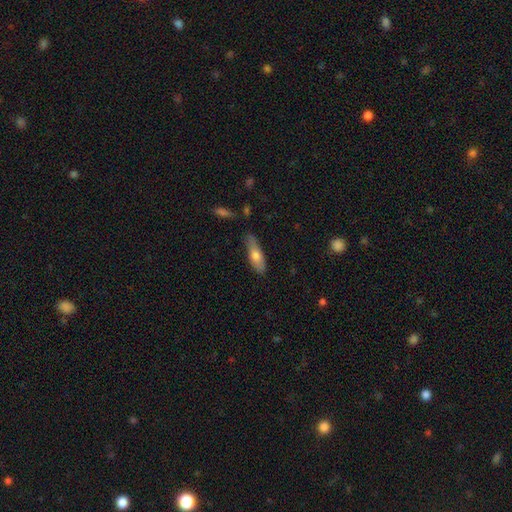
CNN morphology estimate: type=smooth (66%); roundness=cigar-shaped (51%); merging=none (69%).